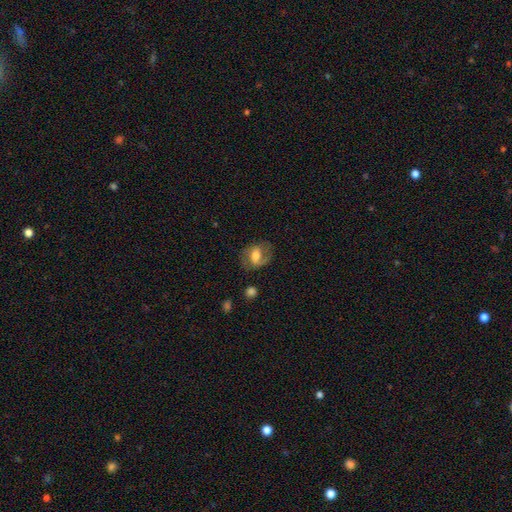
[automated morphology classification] A featured or disk galaxy (59%) with a weak bar (45%), spiral arms (81%) and a moderate central bulge (55%).

Vote fractions:
- Smooth or featured? featured or disk: 59% / smooth: 34% / star or artifact: 7%
- Edge-on disk? no: 96% / yes: 4%
- Bar? weak: 45% / no: 30% / strong: 25%
- Spiral arms? yes: 81% / no: 19%
- Bulge size? moderate: 55% / large: 25% / small: 15% / none: 3% / dominant: 2%
- Merging? none: 66% / minor disturbance: 20% / major disturbance: 12% / merger: 2%